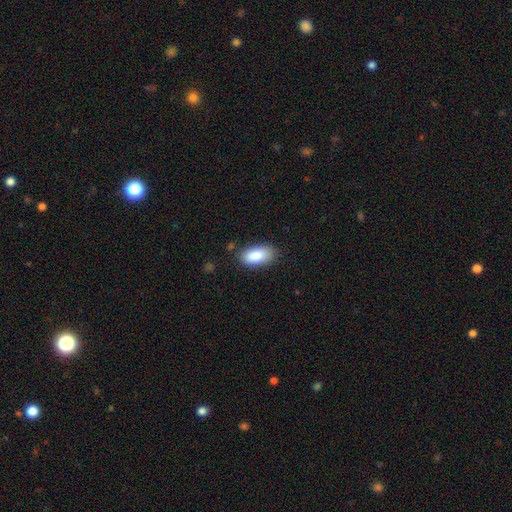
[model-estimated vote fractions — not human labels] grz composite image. It shows a smooth galaxy with no disk features (86%) that is in between round and cigar-shaped (92%). Merging: none (80%).